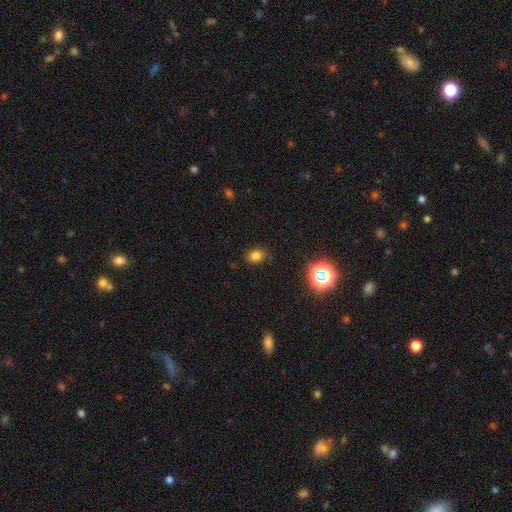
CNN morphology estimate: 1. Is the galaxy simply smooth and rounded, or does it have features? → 78% smooth, 16% star or artifact, 6% featured or disk.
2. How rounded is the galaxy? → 60% in between, 39% round, 1% cigar-shaped.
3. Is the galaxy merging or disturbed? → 82% none, 13% minor disturbance, 3% major disturbance, 1% merger.